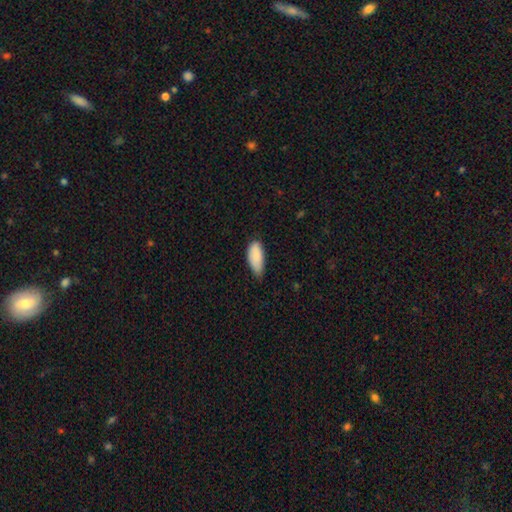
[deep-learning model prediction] This is clearly a smooth galaxy (88%). How rounded: clearly in between (88%). Merging: possibly none (57%).